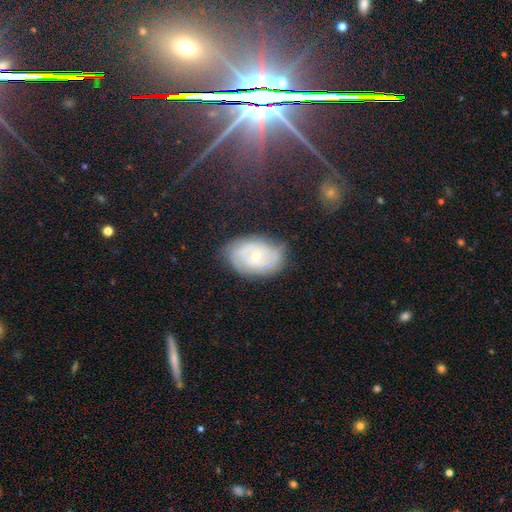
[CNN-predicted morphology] smooth-or-featured: featured or disk: 70% | smooth: 21% | star or artifact: 9%
  disk-edge-on: no: 96% | yes: 4%
    bar: no: 58% | weak: 34% | strong: 7%
    has-spiral-arms: yes: 88% | no: 12%
      spiral-winding: tight: 59% | medium: 32% | loose: 9%
      spiral-arm-count: can't tell: 37% | 2: 35% | 3: 15% | 4: 6% | 1: 4% | more than 4: 3%
    bulge-size: small: 68% | moderate: 28% | none: 2% | large: 1% | dominant: 1%
  merging: none: 75% | minor disturbance: 19% | major disturbance: 5% | merger: 2%